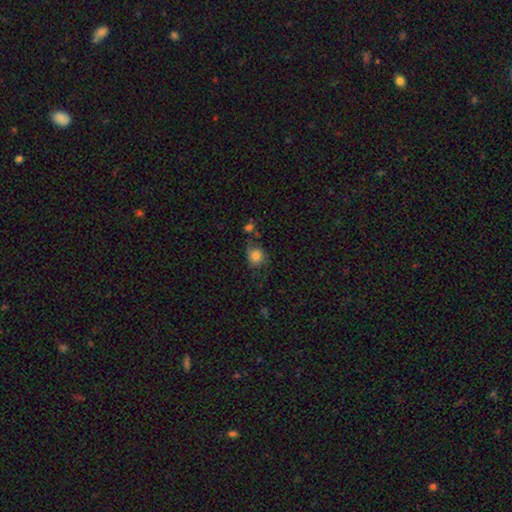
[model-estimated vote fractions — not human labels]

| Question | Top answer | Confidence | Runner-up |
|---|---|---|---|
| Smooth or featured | smooth | 75% | featured or disk (15%) |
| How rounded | round | 71% | in between (28%) |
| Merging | none | 51% | minor disturbance (25%) |